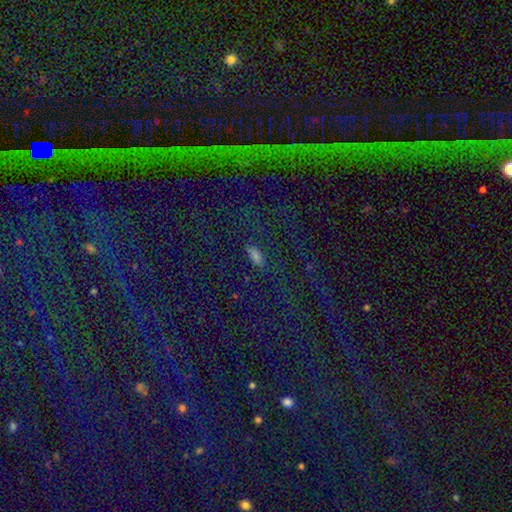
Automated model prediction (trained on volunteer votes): A star or artifact, not a galaxy (74%).

Vote fractions:
- Smooth or featured? star or artifact: 74% / smooth: 15% / featured or disk: 11%